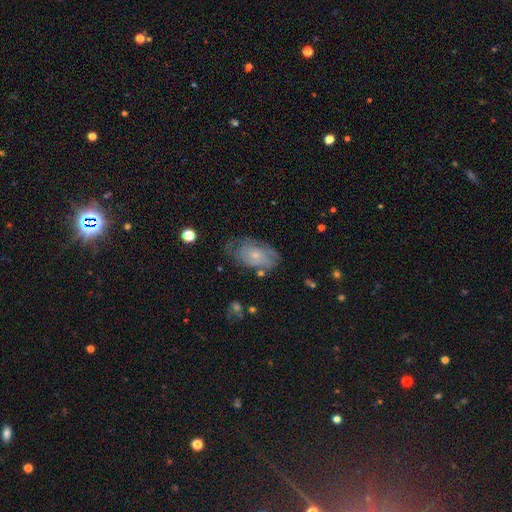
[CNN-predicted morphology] This is possibly a featured or disk galaxy (47%). Merging: possibly none (53%).